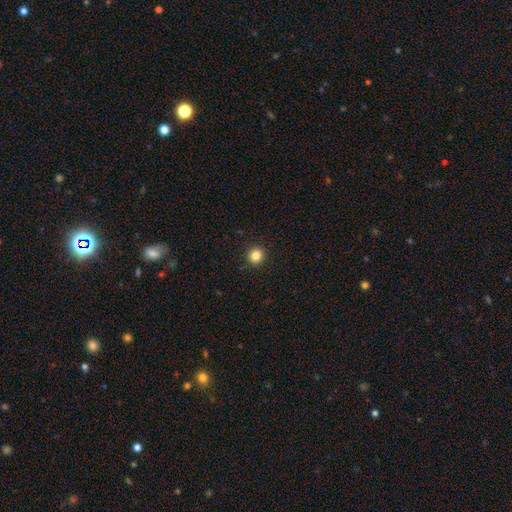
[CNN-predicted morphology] smooth-or-featured: smooth: 84% | star or artifact: 12% | featured or disk: 4%
  how-rounded: round: 94% | in between: 6% | cigar-shaped: 1%
  merging: none: 93% | minor disturbance: 5% | major disturbance: 2% | merger: 1%